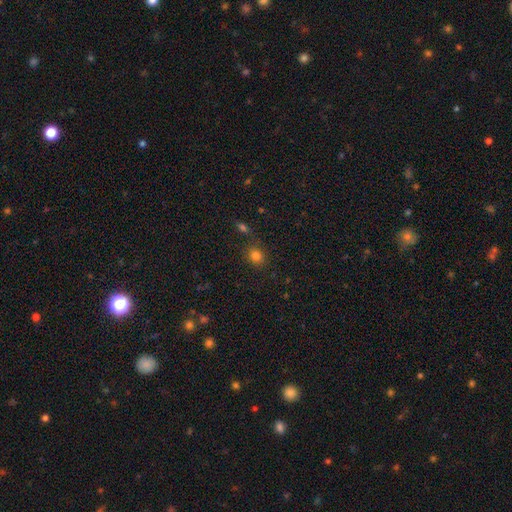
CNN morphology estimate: smooth-or-featured: smooth: 79% | star or artifact: 15% | featured or disk: 6%
  how-rounded: round: 75% | in between: 24% | cigar-shaped: 1%
  merging: none: 79% | minor disturbance: 11% | merger: 6% | major disturbance: 4%